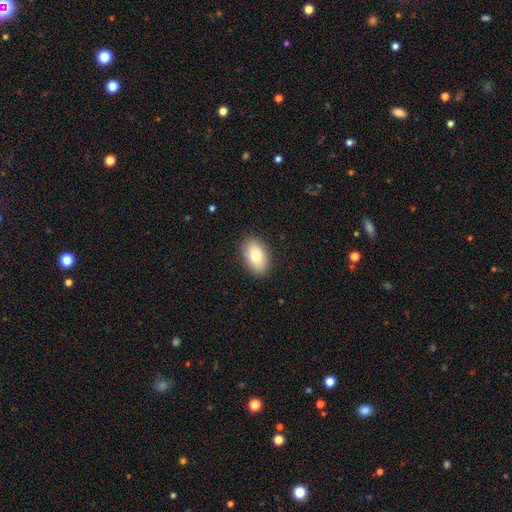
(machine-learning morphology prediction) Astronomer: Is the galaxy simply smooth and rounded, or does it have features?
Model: smooth — 80%.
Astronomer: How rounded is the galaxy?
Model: in between — 91%.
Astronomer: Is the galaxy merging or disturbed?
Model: none — 87%.